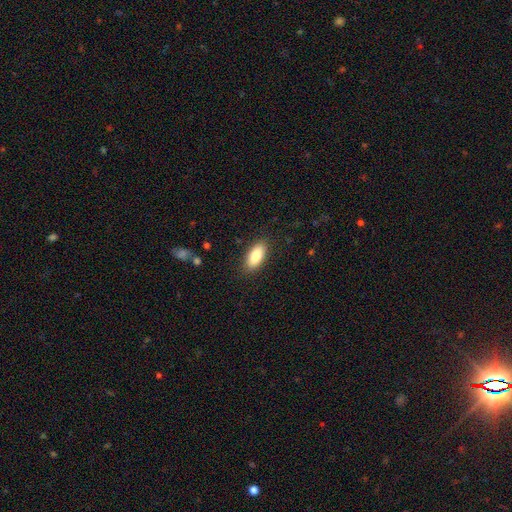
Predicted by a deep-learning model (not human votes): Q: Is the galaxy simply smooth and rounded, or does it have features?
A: smooth — 85%.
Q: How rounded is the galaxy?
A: in between — 87%.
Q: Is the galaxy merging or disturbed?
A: none — 86%.